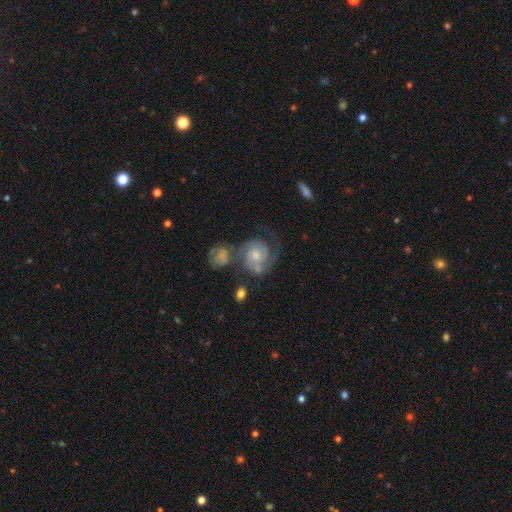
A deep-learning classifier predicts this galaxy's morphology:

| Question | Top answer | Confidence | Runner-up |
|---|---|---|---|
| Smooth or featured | featured or disk | 79% | smooth (15%) |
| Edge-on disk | no | 98% | yes (2%) |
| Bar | no | 73% | weak (23%) |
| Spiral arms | yes | 94% | no (6%) |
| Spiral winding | tight | 50% | medium (37%) |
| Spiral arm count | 2 | 59% | can't tell (15%) |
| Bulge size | moderate | 52% | small (37%) |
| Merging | none | 39% | merger (28%) |